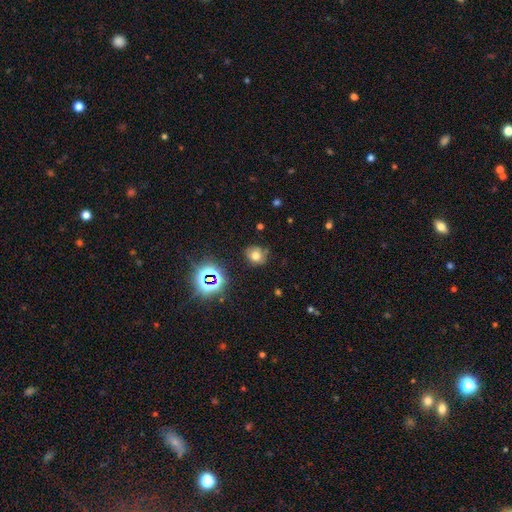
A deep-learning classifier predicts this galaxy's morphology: Q: Smooth or featured?
A: smooth (65%); runner-up: star or artifact (22%)
Q: How rounded?
A: round (67%); runner-up: in between (32%)
Q: Merging?
A: none (73%); runner-up: minor disturbance (19%)